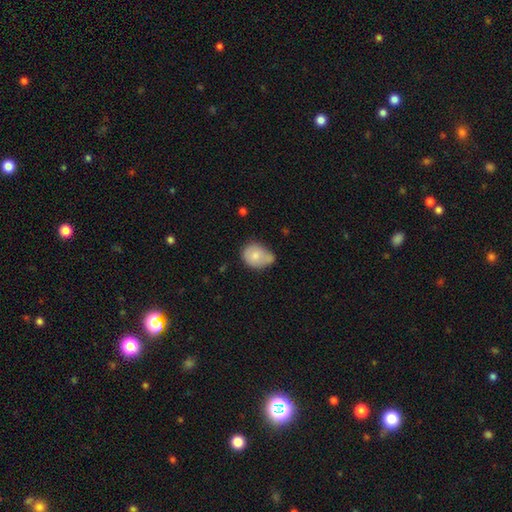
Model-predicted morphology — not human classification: Smooth or featured: smooth — 76% (featured or disk — 16%)
How rounded: round — 50% (in between — 49%)
Merging: none — 34% (minor disturbance — 32%)